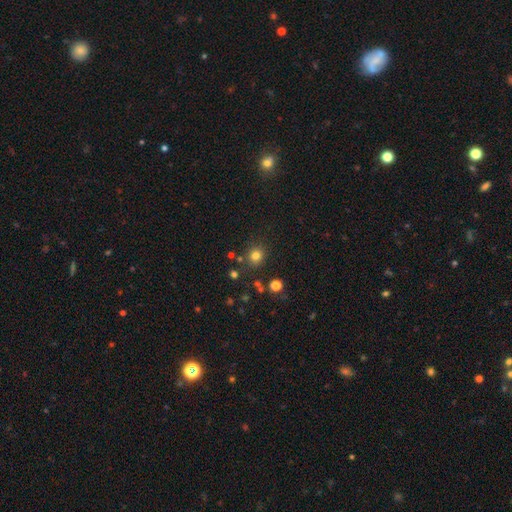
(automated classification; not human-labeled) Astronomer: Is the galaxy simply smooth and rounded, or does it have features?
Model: smooth — 79%.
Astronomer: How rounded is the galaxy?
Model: round — 84%.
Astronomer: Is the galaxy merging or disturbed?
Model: none — 82%.